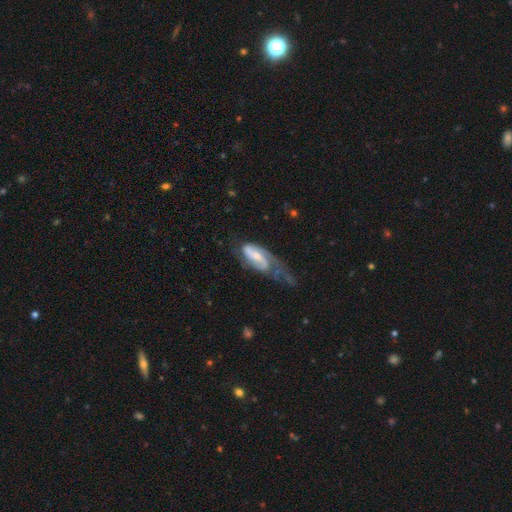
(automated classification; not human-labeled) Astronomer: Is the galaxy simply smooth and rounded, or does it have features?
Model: featured or disk — 75%.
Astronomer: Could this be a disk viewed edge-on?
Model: no — 94%.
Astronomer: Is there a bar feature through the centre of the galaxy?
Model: weak — 38% (runner-up: strong, 33%).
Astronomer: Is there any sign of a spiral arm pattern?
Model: yes — 90%.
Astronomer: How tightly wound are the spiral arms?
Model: medium — 40% (runner-up: loose, 38%).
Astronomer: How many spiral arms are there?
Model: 2 — 74%.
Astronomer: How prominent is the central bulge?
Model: small — 47% (runner-up: moderate, 42%).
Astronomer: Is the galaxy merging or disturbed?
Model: major disturbance — 39% (runner-up: none, 30%).